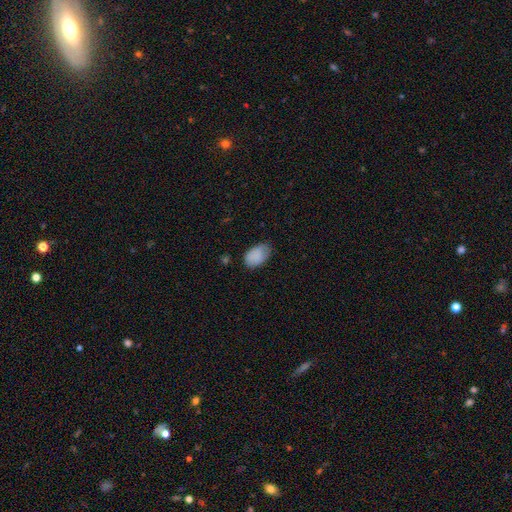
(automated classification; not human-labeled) Smooth or featured? Predicted: smooth (p=0.87). How rounded? Predicted: in between (p=0.90). Merging? Predicted: none (p=0.62).